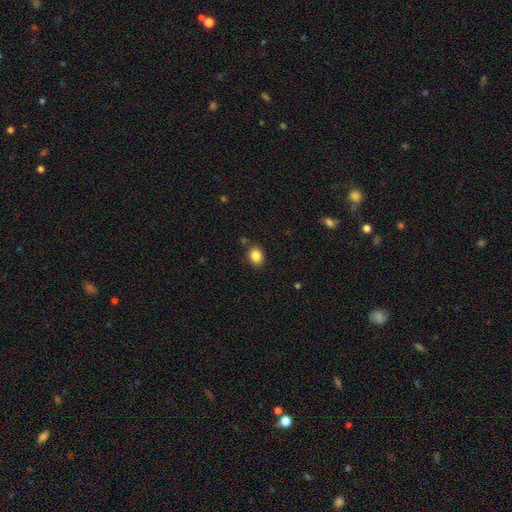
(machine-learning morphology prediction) A smooth galaxy with no disk features (86%) that is in between round and cigar-shaped (54%).

Vote fractions:
- Smooth or featured? smooth: 86% / star or artifact: 10% / featured or disk: 5%
- How rounded? in between: 54% / round: 45% / cigar-shaped: 1%
- Merging? none: 83% / minor disturbance: 11% / merger: 3% / major disturbance: 3%